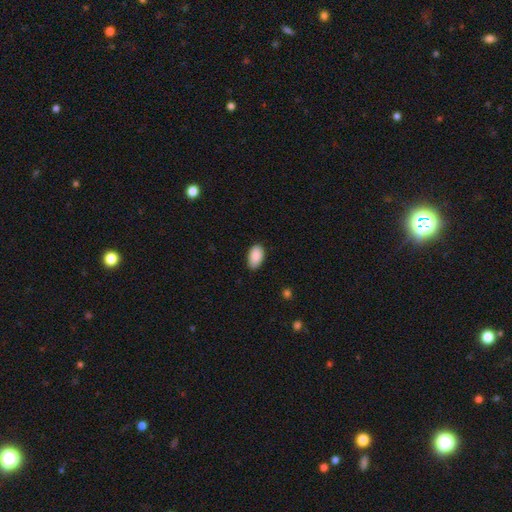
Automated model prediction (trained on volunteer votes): The model was most divided on "merging": none: 80%, minor disturbance: 17%, major disturbance: 2%, merger: 1%. More confident: how rounded — in between (95%); smooth or featured — smooth (90%).